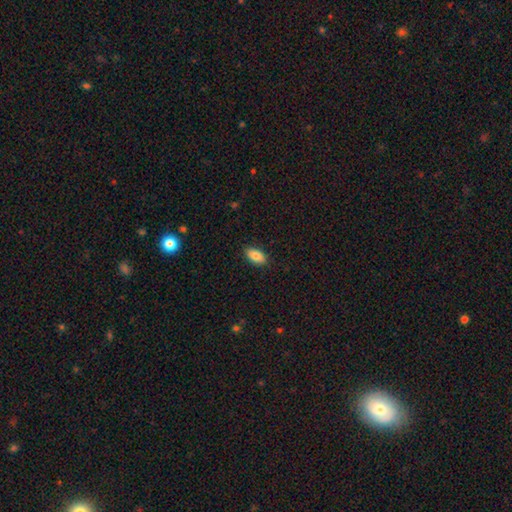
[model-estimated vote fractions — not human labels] This appears to be a smooth galaxy with no disk features (85%) that is in between round and cigar-shaped (92%). Merging: none (88%).